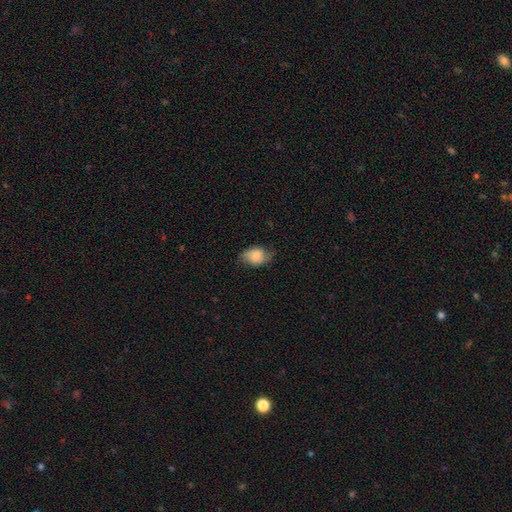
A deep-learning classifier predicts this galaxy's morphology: smooth 67%, featured or disk 24%, star or artifact 9%. Down the decision tree: how rounded — in between (76%); merging — none (61%).